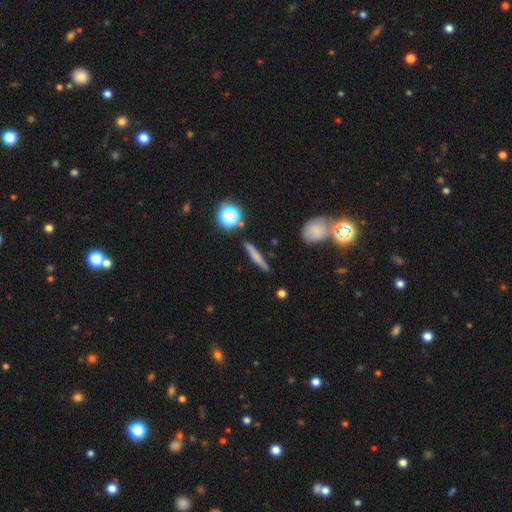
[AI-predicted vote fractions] Overall: smooth (63%; featured or disk 27%). How rounded: cigar-shaped (88%). Merging: none (86%).